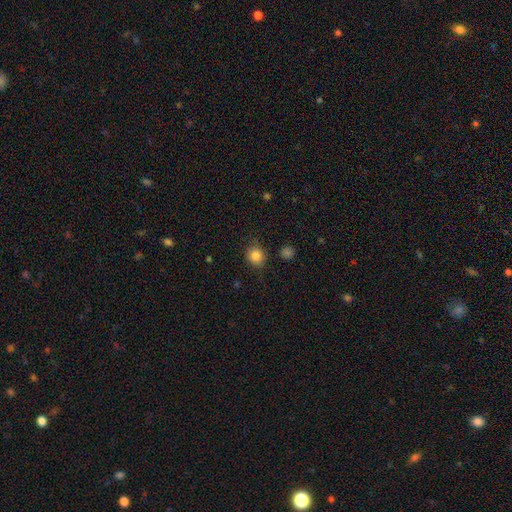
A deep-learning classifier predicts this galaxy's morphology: Smooth or featured: smooth — 84% (star or artifact — 11%)
How rounded: round — 74% (in between — 26%)
Merging: none — 82% (minor disturbance — 13%)